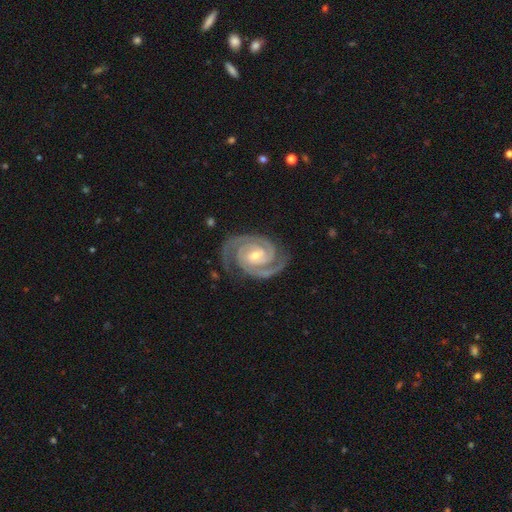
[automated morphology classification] featured or disk 94%, star or artifact 4%, smooth 2%. Down the decision tree: edge-on disk — no (98%); bar — no (42%); spiral arms — yes (99%); spiral arm count — 2 (85%); spiral winding — tight (77%); bulge size — small (51%); merging — none (81%).